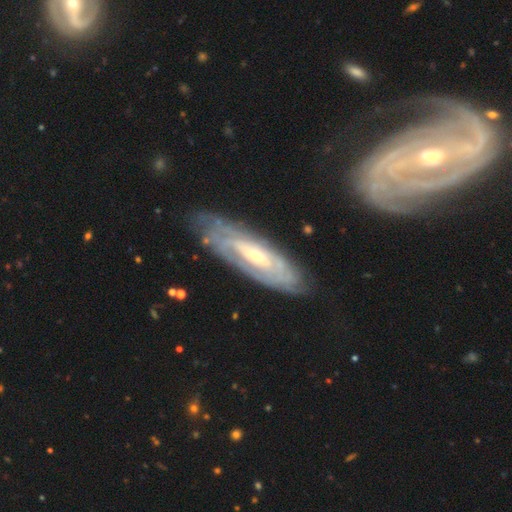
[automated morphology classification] This is clearly a featured or disk galaxy (81%). It is likely not viewed edge-on (80%). Bar: possibly no (54%). Spiral arm pattern: clearly yes (86%). Spiral arm count: likely can't tell (65%). Spiral winding: likely tight (76%). Central bulge: possibly small (60%). Merging: likely none (75%).